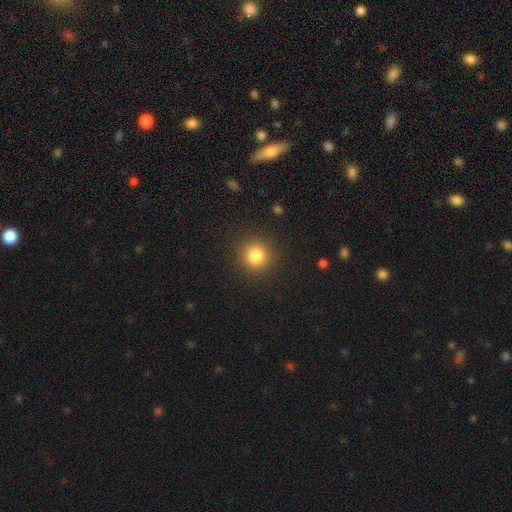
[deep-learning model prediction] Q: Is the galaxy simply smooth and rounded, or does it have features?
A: smooth — 83%.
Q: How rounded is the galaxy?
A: round — 94%.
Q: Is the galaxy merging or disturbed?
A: none — 90%.